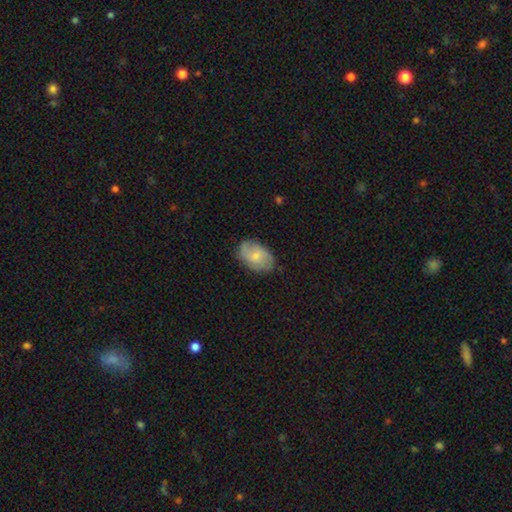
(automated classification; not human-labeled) Smooth or featured? Predicted: smooth (p=0.52). How rounded? Predicted: in between (p=0.87). Merging? Predicted: none (p=0.75).